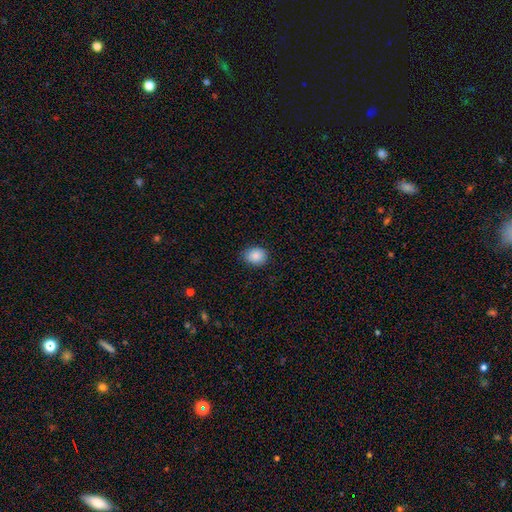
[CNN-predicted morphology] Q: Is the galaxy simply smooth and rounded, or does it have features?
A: smooth — 88%.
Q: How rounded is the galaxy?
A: round — 50%.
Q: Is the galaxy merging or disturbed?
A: none — 85%.